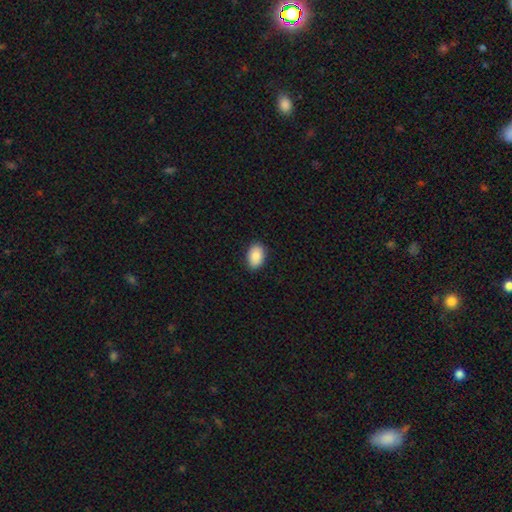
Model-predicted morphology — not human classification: The model was most divided on "how rounded": in between: 87%, round: 12%, cigar-shaped: 1%. More confident: smooth or featured — smooth (87%); merging — none (87%).